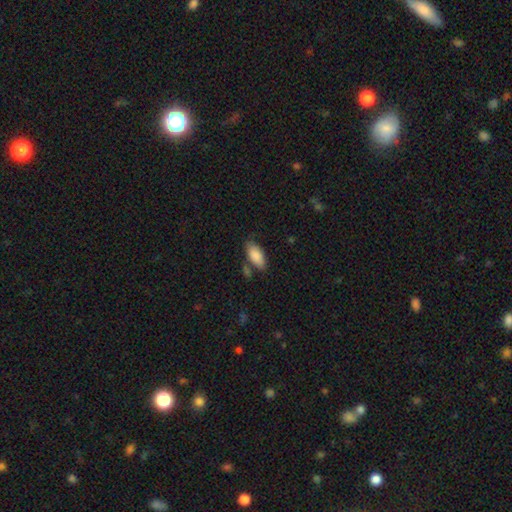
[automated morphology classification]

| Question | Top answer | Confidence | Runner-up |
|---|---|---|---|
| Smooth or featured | smooth | 88% | star or artifact (6%) |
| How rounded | in between | 89% | cigar-shaped (9%) |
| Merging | none | 70% | minor disturbance (17%) |